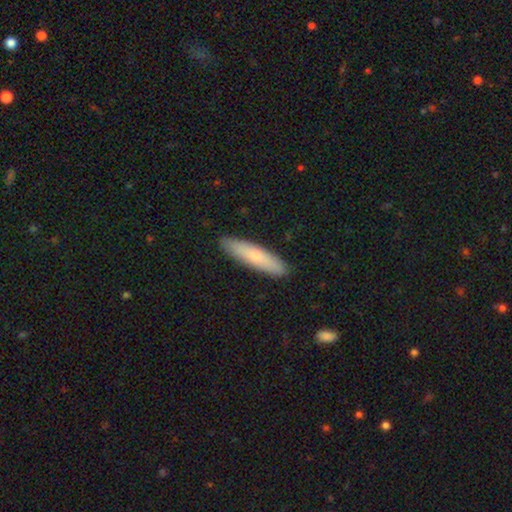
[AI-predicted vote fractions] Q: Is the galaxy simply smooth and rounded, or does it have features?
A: smooth — 63%.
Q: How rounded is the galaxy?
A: cigar-shaped — 78%.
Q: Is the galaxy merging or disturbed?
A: none — 89%.